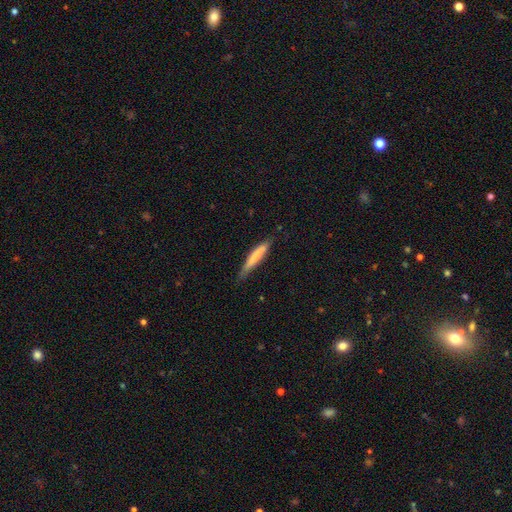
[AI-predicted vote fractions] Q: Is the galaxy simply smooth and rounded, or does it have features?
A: smooth — 71%.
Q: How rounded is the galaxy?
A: cigar-shaped — 92%.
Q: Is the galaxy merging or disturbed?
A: none — 70%.